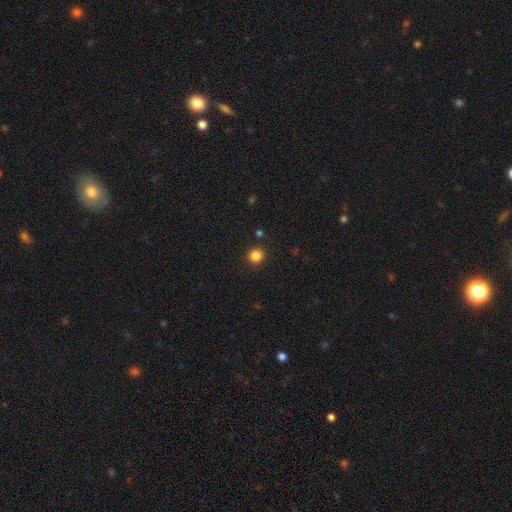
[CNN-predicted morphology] The model was most divided on "smooth or featured": smooth: 85%, star or artifact: 12%, featured or disk: 3%. More confident: how rounded — round (93%); merging — none (90%).